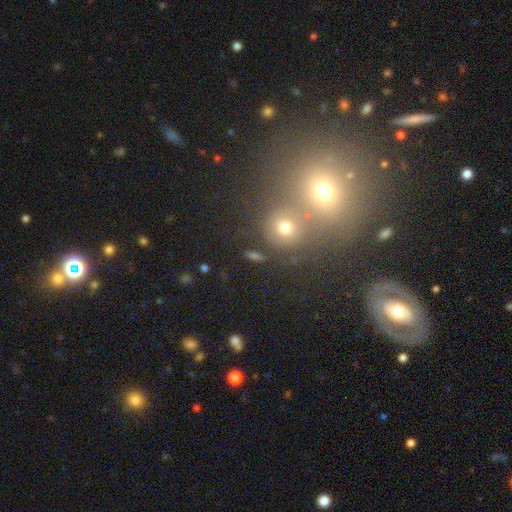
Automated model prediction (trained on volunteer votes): smooth_or_featured: smooth (p=0.58) [alt: star or artifact p=0.29]
how_rounded: round (p=0.72) [alt: in between p=0.25]
merging: none (p=0.60) [alt: merger p=0.25]